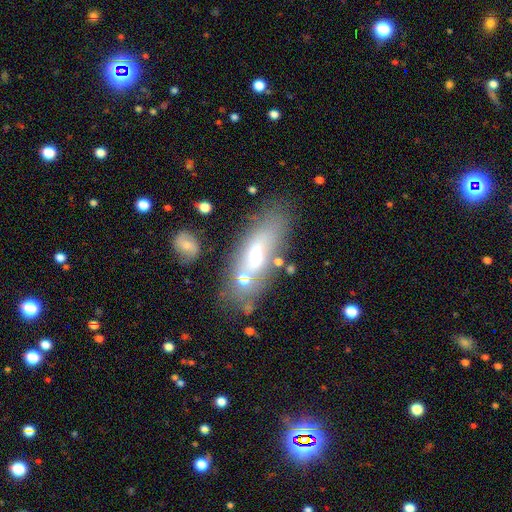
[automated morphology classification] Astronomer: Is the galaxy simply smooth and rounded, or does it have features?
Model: smooth — 46% (runner-up: featured or disk, 40%).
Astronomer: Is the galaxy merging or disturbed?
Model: none — 62%.